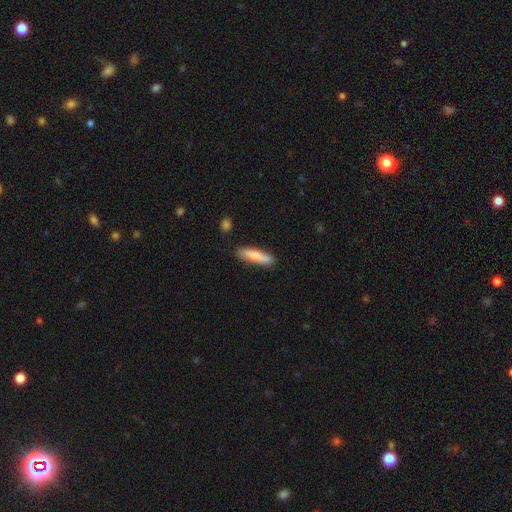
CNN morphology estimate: Smooth or featured? Predicted: smooth (p=0.80). How rounded? Predicted: cigar-shaped (p=0.82). Merging? Predicted: none (p=0.84).